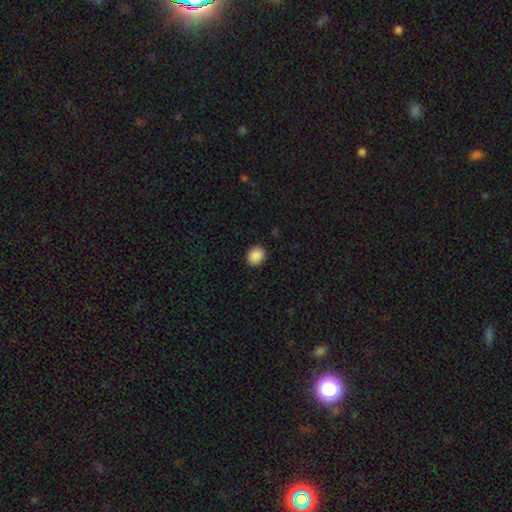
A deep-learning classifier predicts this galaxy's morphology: Overall: smooth (89%). How rounded: round (74%). Merging: none (91%).